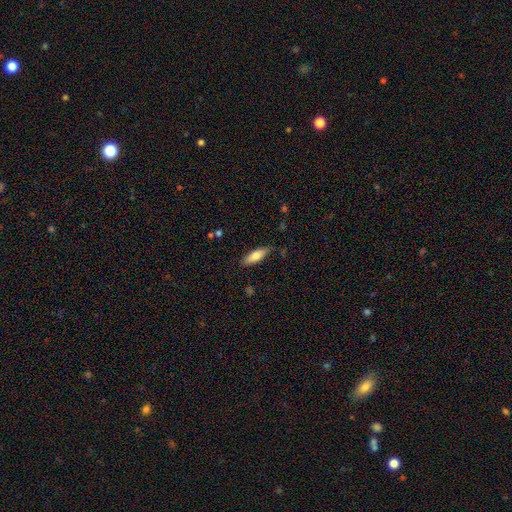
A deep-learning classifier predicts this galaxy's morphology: This is likely a smooth galaxy (76%). How rounded: possibly in between (59%). Merging: clearly none (82%).